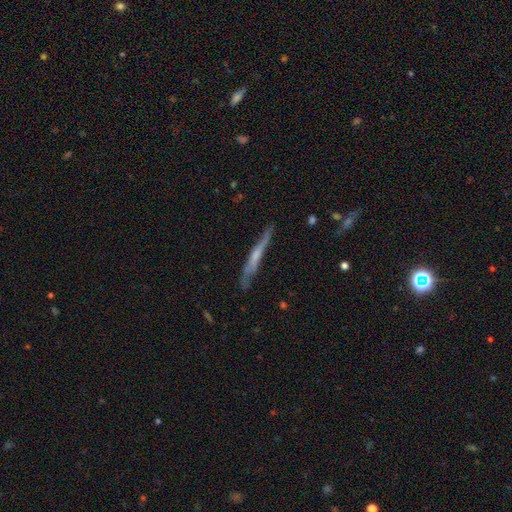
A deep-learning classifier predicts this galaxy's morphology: type=featured or disk (56%); edge-on=yes (88%); merging=none (70%).